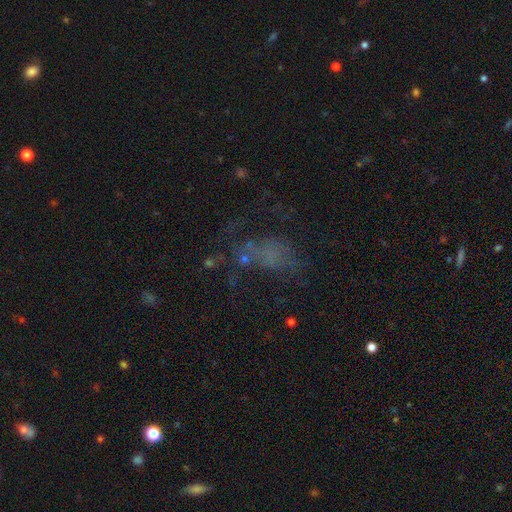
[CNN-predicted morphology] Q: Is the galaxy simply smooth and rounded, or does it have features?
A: star or artifact — 35%.